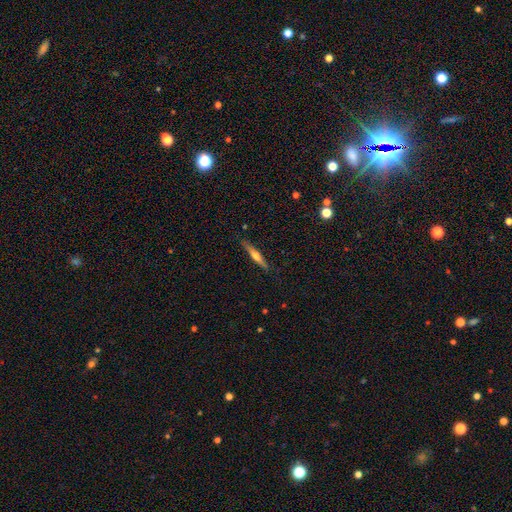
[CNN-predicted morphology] type=featured or disk (58%); edge-on=yes (97%); edge-on bulge=rounded (86%); merging=none (87%).